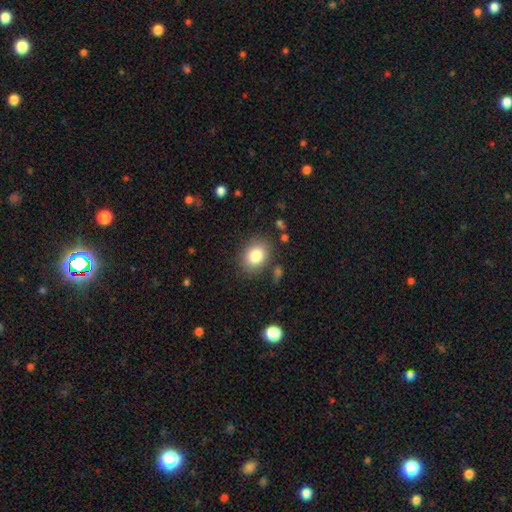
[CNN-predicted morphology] A smooth galaxy with no disk features (82%) that is in between round and cigar-shaped (54%). Merging: none (82%).